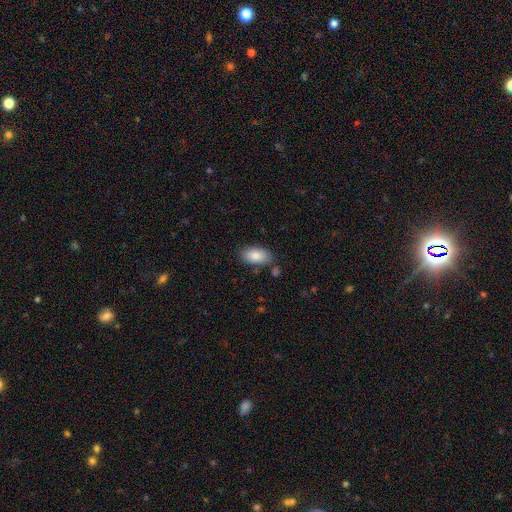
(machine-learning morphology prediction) A smooth galaxy with no disk features (86%) that is in between round and cigar-shaped (94%). Merging: none (79%).